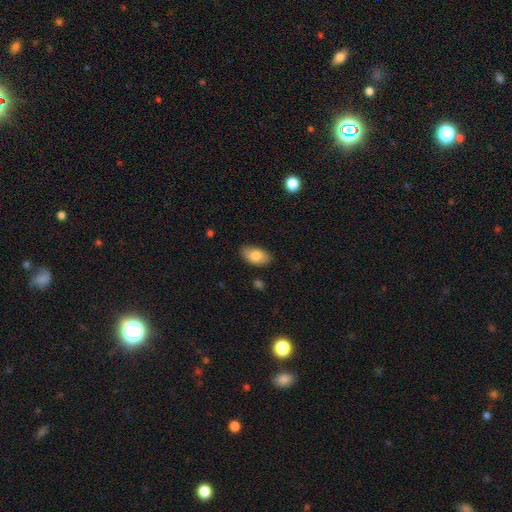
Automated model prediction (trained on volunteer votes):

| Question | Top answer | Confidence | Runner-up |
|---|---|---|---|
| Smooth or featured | smooth | 80% | featured or disk (13%) |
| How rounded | in between | 93% | round (5%) |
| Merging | none | 82% | minor disturbance (14%) |